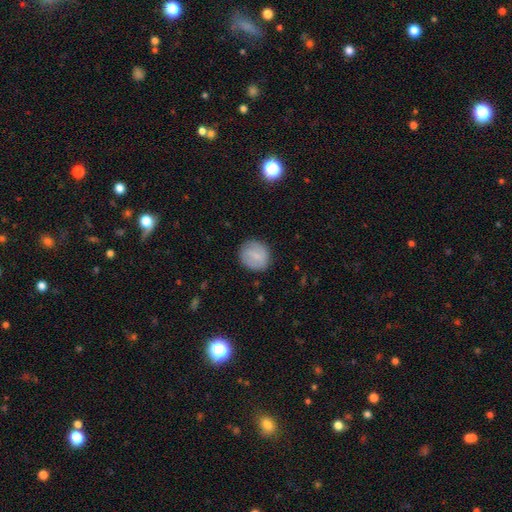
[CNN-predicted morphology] smooth-or-featured: smooth: 66% | featured or disk: 27% | star or artifact: 7%
  how-rounded: round: 79% | in between: 20% | cigar-shaped: 1%
  merging: none: 85% | minor disturbance: 11% | major disturbance: 3% | merger: 1%